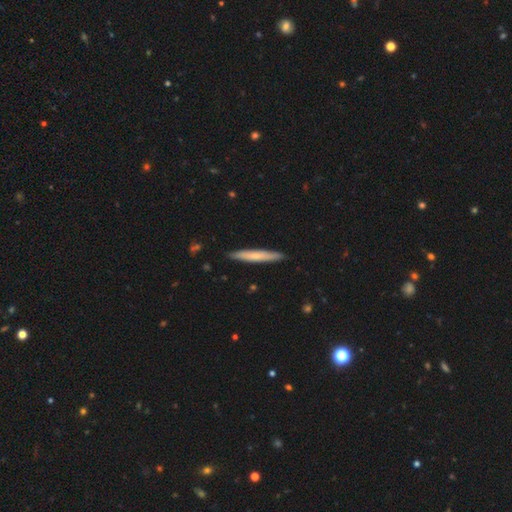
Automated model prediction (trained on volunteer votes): Q: Smooth or featured?
A: smooth (61%); runner-up: featured or disk (34%)
Q: How rounded?
A: cigar-shaped (95%); runner-up: in between (4%)
Q: Merging?
A: none (91%); runner-up: minor disturbance (7%)